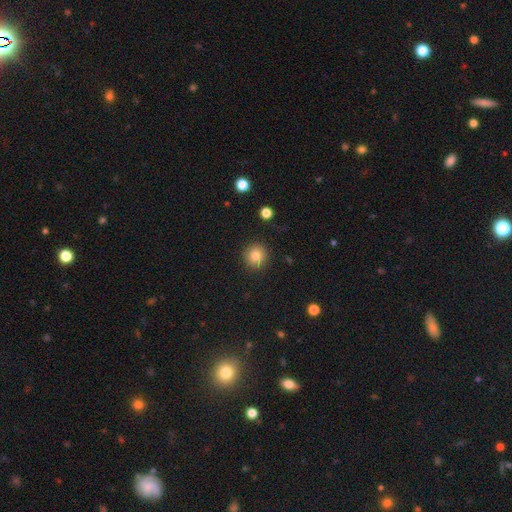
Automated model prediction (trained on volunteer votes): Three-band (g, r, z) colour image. It shows a smooth galaxy with no disk features (82%) that is round (90%). Merging: none (89%).